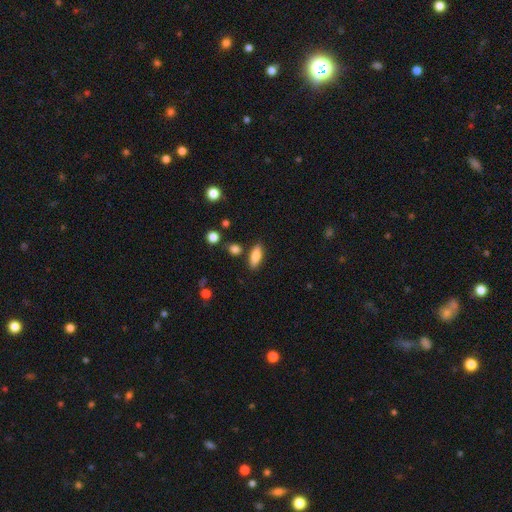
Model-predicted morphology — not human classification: Smooth or featured? Predicted: smooth (p=0.81). How rounded? Predicted: in between (p=0.69). Merging? Predicted: none (p=0.83).